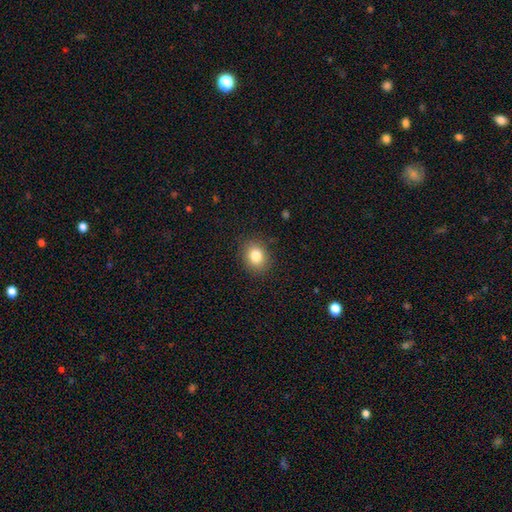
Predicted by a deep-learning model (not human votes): Q: Smooth or featured?
A: smooth (83%); runner-up: star or artifact (10%)
Q: How rounded?
A: round (57%); runner-up: in between (42%)
Q: Merging?
A: none (87%); runner-up: minor disturbance (9%)